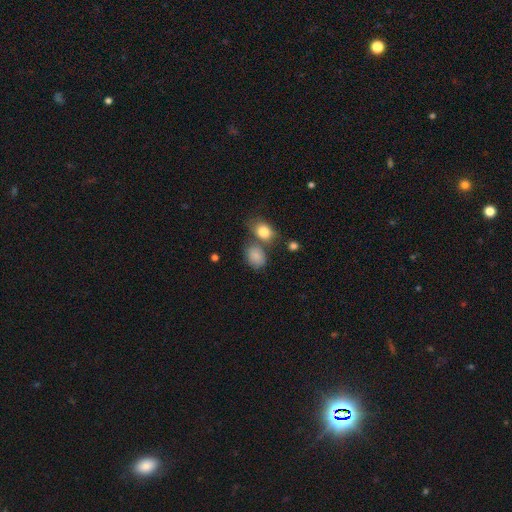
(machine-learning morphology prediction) smooth 82%, star or artifact 9%, featured or disk 9%. Down the decision tree: how rounded — in between (64%); merging — none (54%).